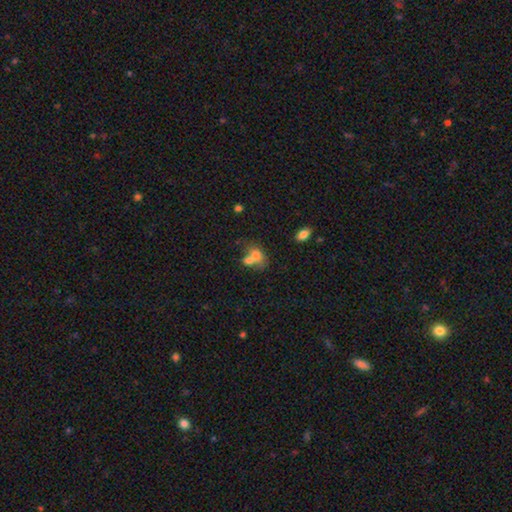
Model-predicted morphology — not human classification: This appears to be a smooth galaxy with no disk features (70%) that is in between round and cigar-shaped (61%). Merging: merger (58%).